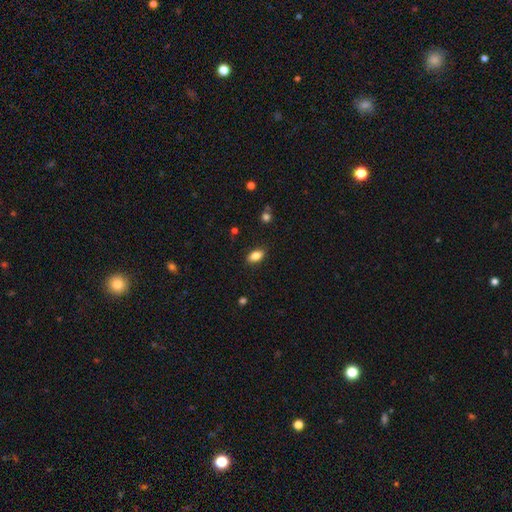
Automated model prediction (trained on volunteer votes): This is clearly a smooth galaxy (84%). How rounded: clearly in between (88%). Merging: clearly none (86%).